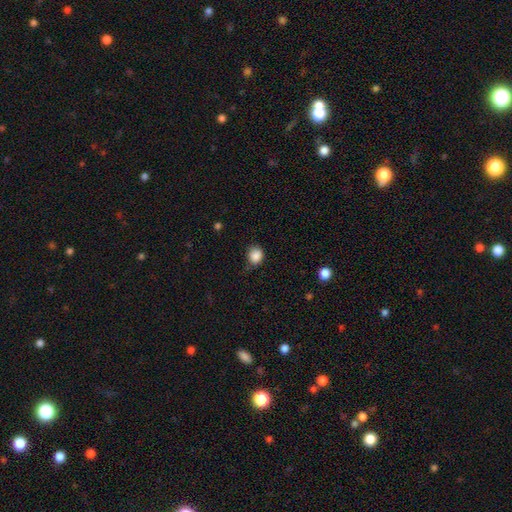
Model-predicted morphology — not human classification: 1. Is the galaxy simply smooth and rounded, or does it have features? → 87% smooth, 10% star or artifact, 4% featured or disk.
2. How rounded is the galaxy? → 74% round, 25% in between, 1% cigar-shaped.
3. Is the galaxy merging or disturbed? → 69% none, 24% minor disturbance, 5% major disturbance, 2% merger.